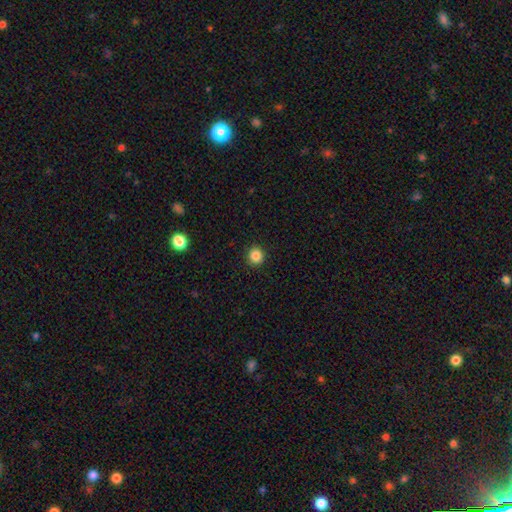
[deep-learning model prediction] smooth 85%, star or artifact 11%, featured or disk 4%. Down the decision tree: how rounded — round (93%); merging — none (93%).